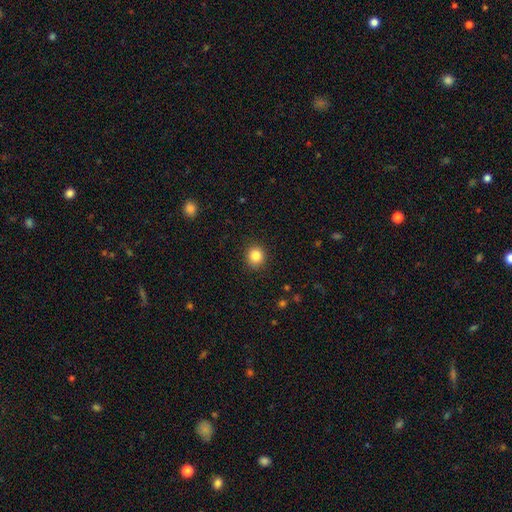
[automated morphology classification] smooth_or_featured: smooth (p=0.85) [alt: star or artifact p=0.10]
how_rounded: round (p=0.86) [alt: in between p=0.13]
merging: none (p=0.90) [alt: minor disturbance p=0.07]